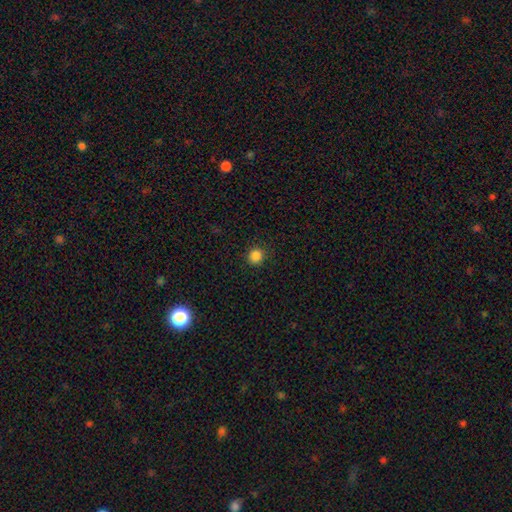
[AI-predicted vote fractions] Morphology: type=smooth (85%); roundness=round (91%); merging=none (91%).